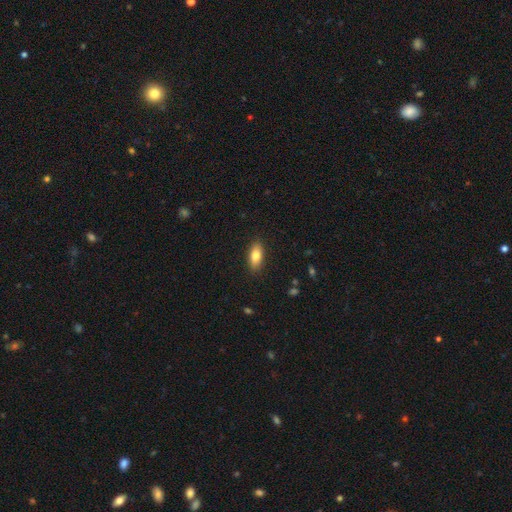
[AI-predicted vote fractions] Q: Smooth or featured?
A: smooth (81%); runner-up: featured or disk (12%)
Q: How rounded?
A: in between (84%); runner-up: cigar-shaped (13%)
Q: Merging?
A: none (88%); runner-up: minor disturbance (9%)